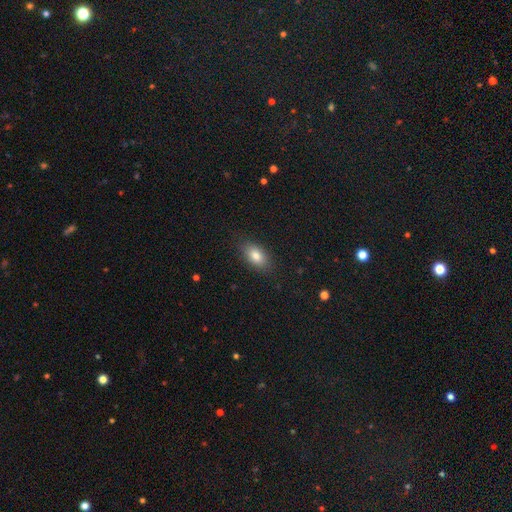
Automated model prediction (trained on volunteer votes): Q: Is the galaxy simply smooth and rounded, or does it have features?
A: smooth — 83%.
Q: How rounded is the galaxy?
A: in between — 89%.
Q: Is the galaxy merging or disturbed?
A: none — 85%.